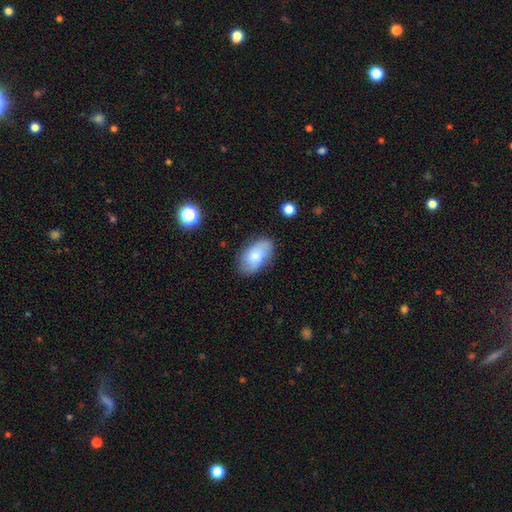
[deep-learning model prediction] smooth 71%, featured or disk 22%, star or artifact 7%. Down the decision tree: how rounded — in between (94%); merging — none (78%).